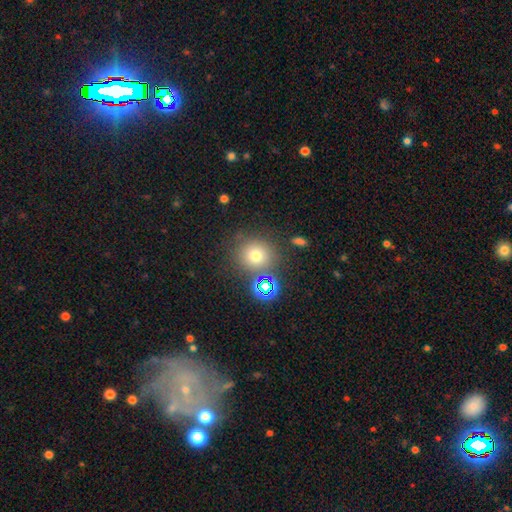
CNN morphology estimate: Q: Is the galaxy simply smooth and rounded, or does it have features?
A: smooth — 72%.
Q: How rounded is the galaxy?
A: round — 89%.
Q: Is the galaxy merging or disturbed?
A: none — 75%.